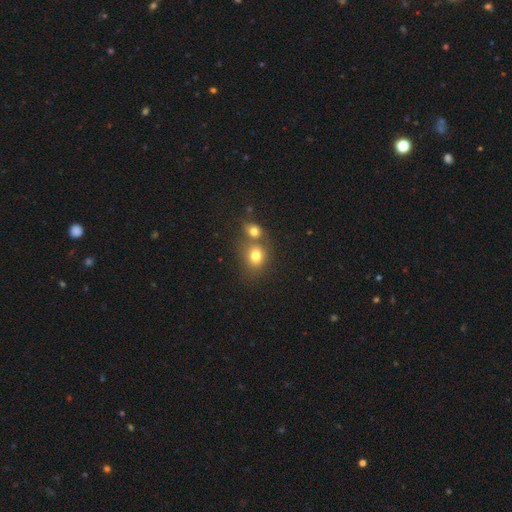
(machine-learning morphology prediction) Smooth or featured: smooth — 77% (star or artifact — 13%)
How rounded: round — 66% (in between — 33%)
Merging: none — 44% (merger — 43%)